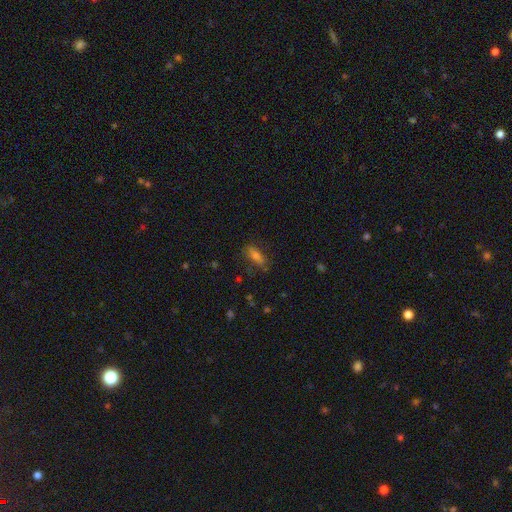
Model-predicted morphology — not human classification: Q: Smooth or featured?
A: smooth (65%); runner-up: featured or disk (21%)
Q: How rounded?
A: in between (59%); runner-up: cigar-shaped (37%)
Q: Merging?
A: none (72%); runner-up: minor disturbance (19%)